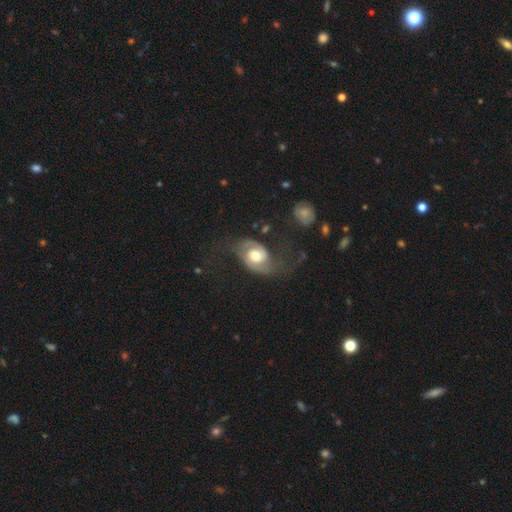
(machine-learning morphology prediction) Q: Smooth or featured?
A: featured or disk (78%); runner-up: smooth (16%)
Q: Edge-on disk?
A: no (97%); runner-up: yes (3%)
Q: Bar?
A: no (63%); runner-up: weak (30%)
Q: Spiral arms?
A: yes (90%); runner-up: no (10%)
Q: Spiral winding?
A: medium (45%); runner-up: loose (30%)
Q: Spiral arm count?
A: 2 (86%); runner-up: 1 (6%)
Q: Bulge size?
A: moderate (60%); runner-up: large (31%)
Q: Merging?
A: none (48%); runner-up: major disturbance (28%)